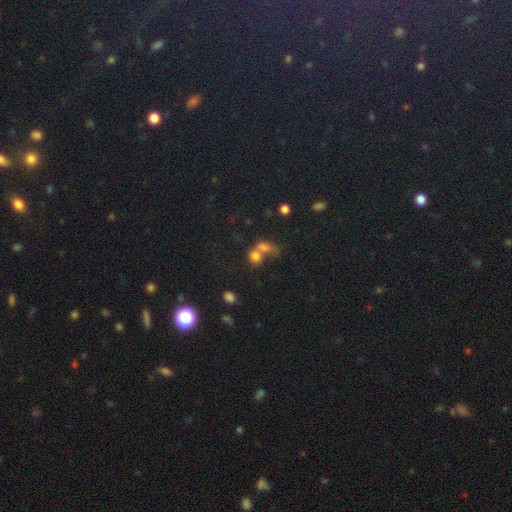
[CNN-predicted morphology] A smooth galaxy with no disk features (72%) that is round (53%).

Vote fractions:
- Smooth or featured? smooth: 72% / star or artifact: 16% / featured or disk: 13%
- How rounded? round: 53% / in between: 44% / cigar-shaped: 2%
- Merging? merger: 62% / none: 25% / minor disturbance: 8% / major disturbance: 6%